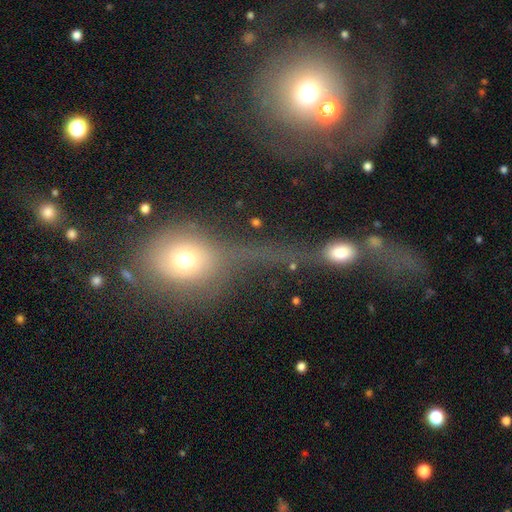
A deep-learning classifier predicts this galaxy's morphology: Overall: smooth (44%; featured or disk 34%). Merging: major disturbance (35%; none 27%).